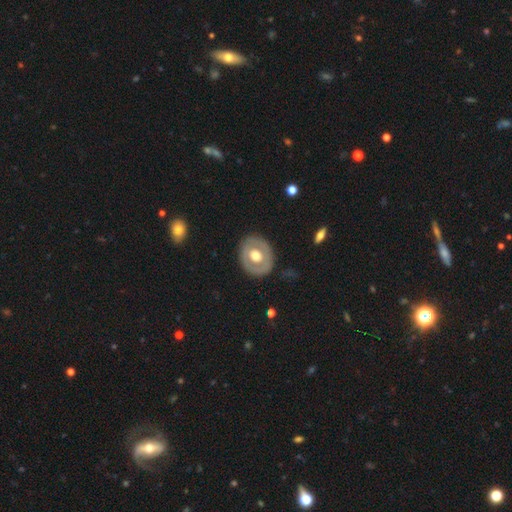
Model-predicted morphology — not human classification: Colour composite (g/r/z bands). It shows a featured or disk galaxy (54%) with no bar (83%), no spiral arms (87%) and a moderate central bulge (64%). Merging: none (84%).